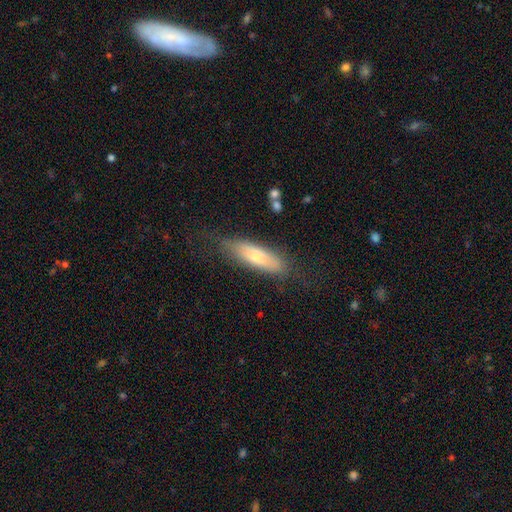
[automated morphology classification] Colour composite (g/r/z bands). It shows a smooth galaxy with no disk features (60%) that is cigar-shaped (53%). Merging: none (74%).